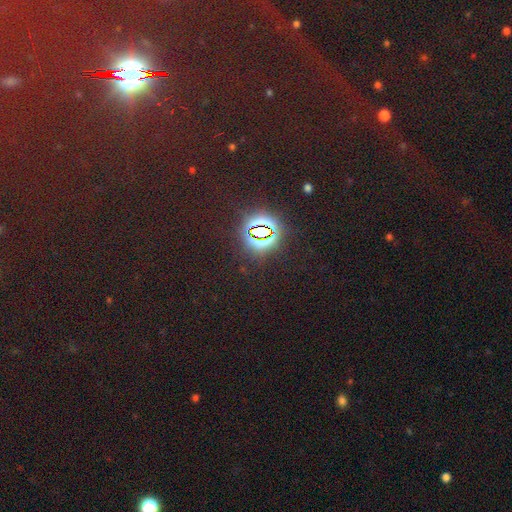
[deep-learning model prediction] Smooth or featured? star or artifact (73%)